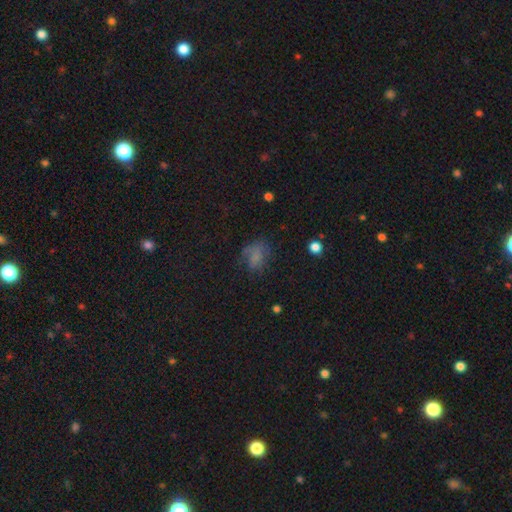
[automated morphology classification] smooth_or_featured: smooth (p=0.63) [alt: star or artifact p=0.20]
how_rounded: in between (p=0.71) [alt: round p=0.27]
merging: none (p=0.50) [alt: minor disturbance p=0.26]